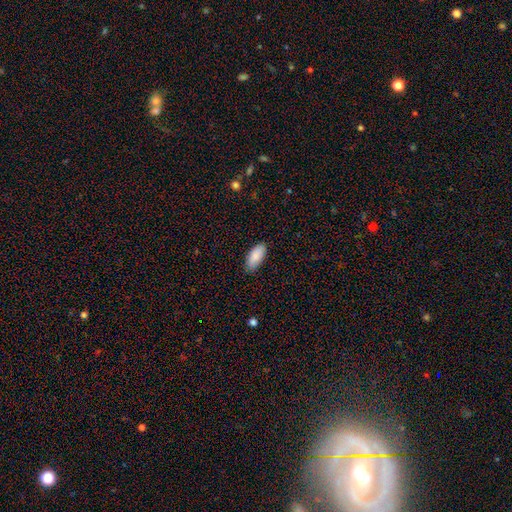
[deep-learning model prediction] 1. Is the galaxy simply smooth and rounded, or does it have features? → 89% smooth, 6% star or artifact, 5% featured or disk.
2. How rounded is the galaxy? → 90% in between, 8% cigar-shaped, 2% round.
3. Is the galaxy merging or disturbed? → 86% none, 11% minor disturbance, 2% major disturbance, 1% merger.